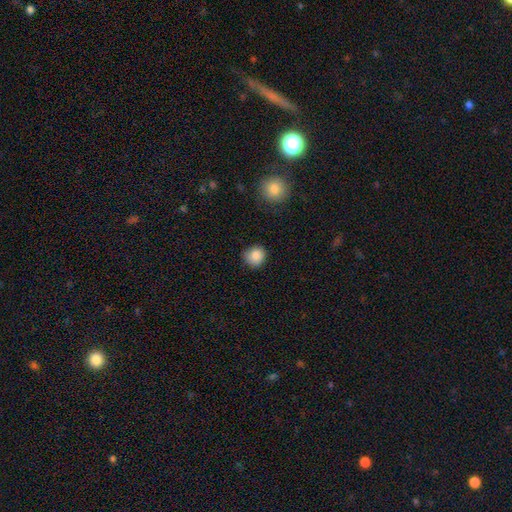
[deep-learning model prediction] A smooth galaxy with no disk features (87%) that is round (90%). Merging: none (82%).